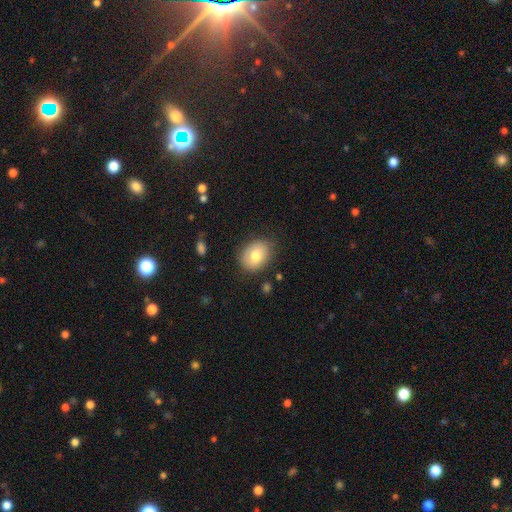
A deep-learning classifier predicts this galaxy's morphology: Smooth or featured: smooth — 76% (featured or disk — 17%)
How rounded: in between — 61% (round — 38%)
Merging: none — 79% (minor disturbance — 16%)